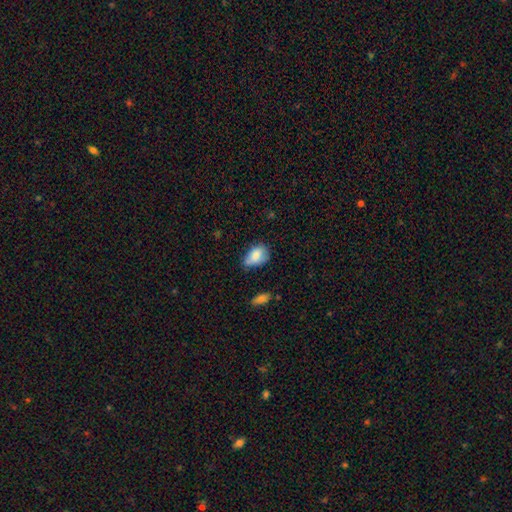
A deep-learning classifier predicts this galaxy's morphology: Q: Smooth or featured?
A: smooth (81%); runner-up: featured or disk (11%)
Q: How rounded?
A: in between (84%); runner-up: round (14%)
Q: Merging?
A: none (44%); runner-up: minor disturbance (40%)